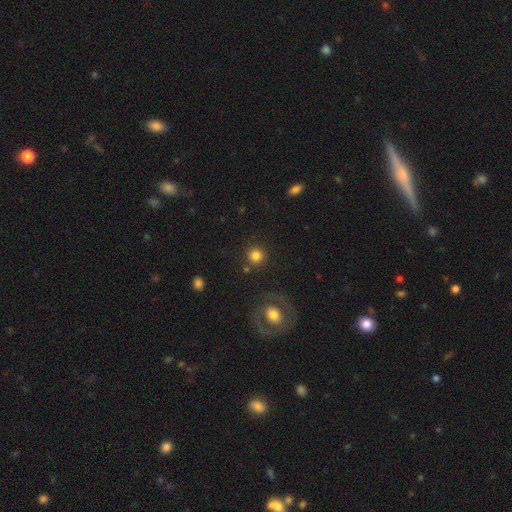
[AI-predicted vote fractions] The model was most divided on "smooth or featured": smooth: 81%, star or artifact: 12%, featured or disk: 7%. More confident: how rounded — round (94%); merging — none (85%).